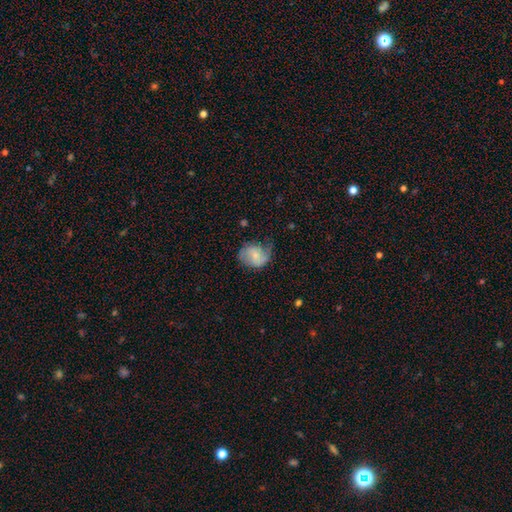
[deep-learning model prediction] The model was most divided on "smooth or featured": smooth: 48%, featured or disk: 45%, star or artifact: 7%. More confident: merging — none (57%).